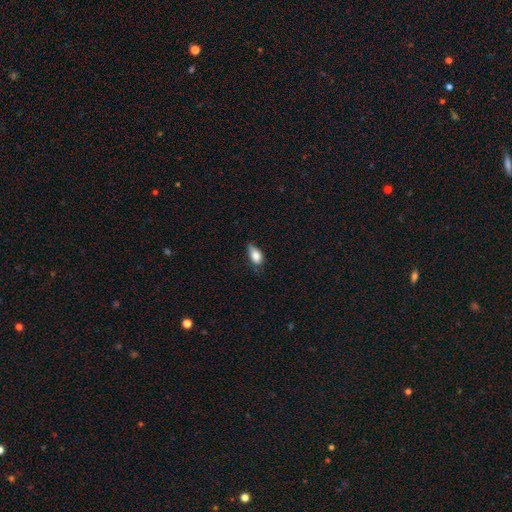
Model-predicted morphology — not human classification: This is clearly a smooth galaxy (83%). How rounded: clearly in between (88%). Merging: possibly none (46%).